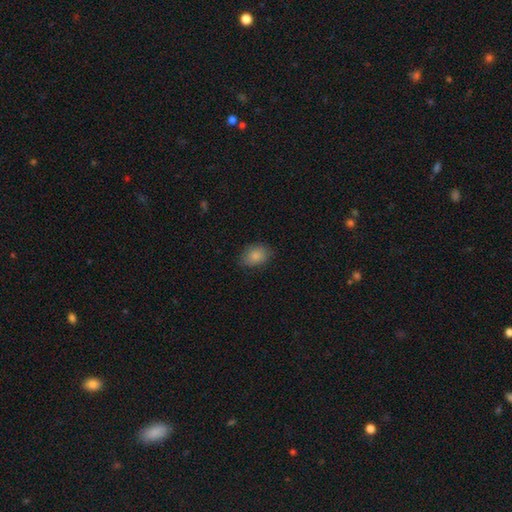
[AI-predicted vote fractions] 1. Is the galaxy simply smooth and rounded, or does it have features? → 86% smooth, 8% star or artifact, 6% featured or disk.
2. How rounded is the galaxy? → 74% in between, 25% round, 1% cigar-shaped.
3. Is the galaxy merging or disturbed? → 79% none, 17% minor disturbance, 4% major disturbance, 1% merger.